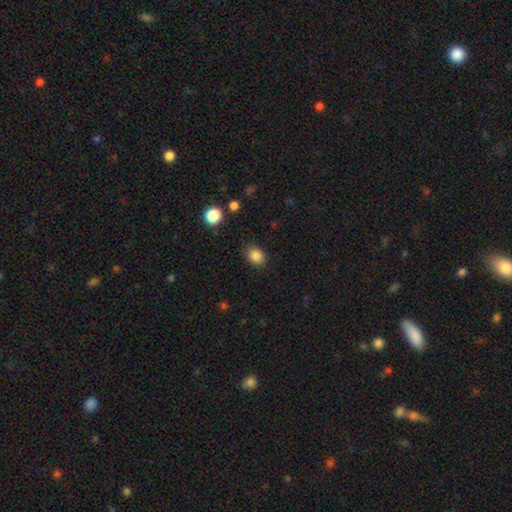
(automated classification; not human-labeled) A smooth galaxy with no disk features (85%) that is in between round and cigar-shaped (58%). Merging: none (85%).